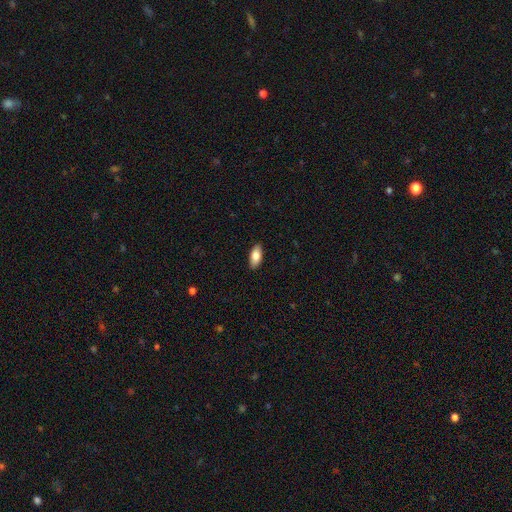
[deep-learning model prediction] This appears to be a smooth galaxy with no disk features (84%) that is in between round and cigar-shaped (88%). Merging: none (89%).